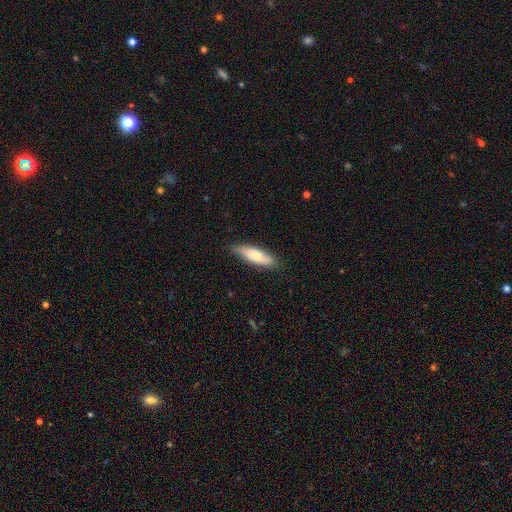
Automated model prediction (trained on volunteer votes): A smooth galaxy with no disk features (67%) that is cigar-shaped (54%). Merging: none (81%).